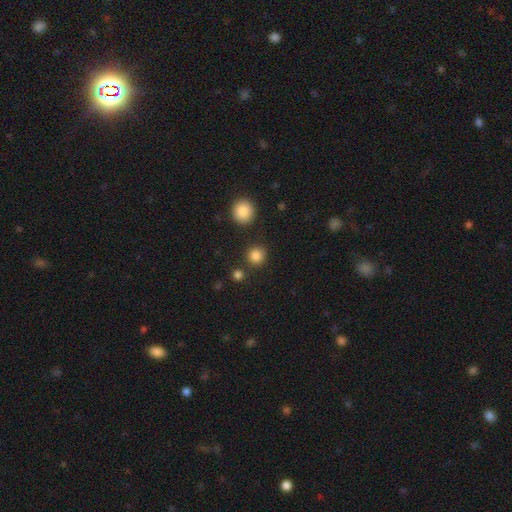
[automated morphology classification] smooth-or-featured: smooth: 85% | star or artifact: 12% | featured or disk: 4%
  how-rounded: round: 91% | in between: 8% | cigar-shaped: 1%
  merging: none: 85% | minor disturbance: 7% | merger: 5% | major disturbance: 3%